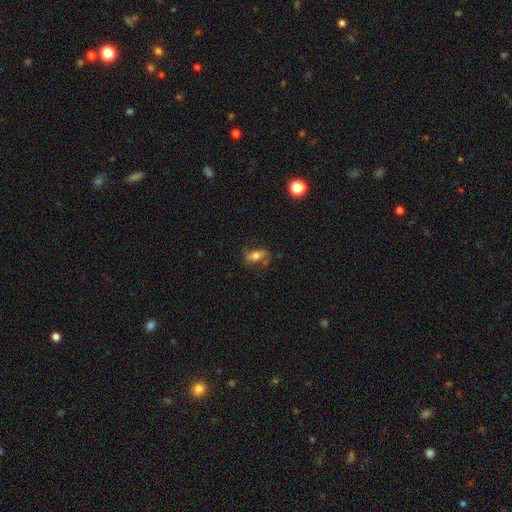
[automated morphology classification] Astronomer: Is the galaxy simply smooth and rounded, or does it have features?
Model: smooth — 48% (runner-up: featured or disk, 43%).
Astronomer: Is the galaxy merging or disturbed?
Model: none — 62%.